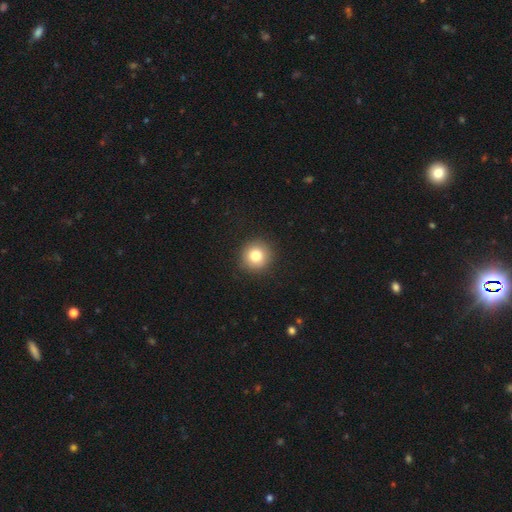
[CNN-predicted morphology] smooth_or_featured: smooth (p=0.80) [alt: star or artifact p=0.11]
how_rounded: round (p=0.94) [alt: in between p=0.05]
merging: none (p=0.92) [alt: minor disturbance p=0.05]